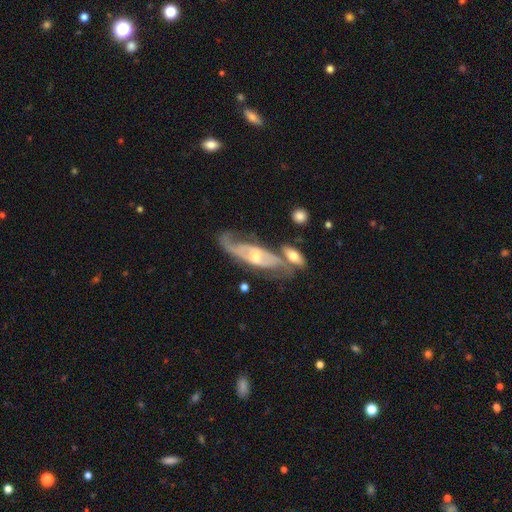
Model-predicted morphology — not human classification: A featured or disk galaxy (80%) with no bar (45%), 2 (62%) medium (45%) spiral arms (89%) and a moderate central bulge (48%). Merging: none (41%).